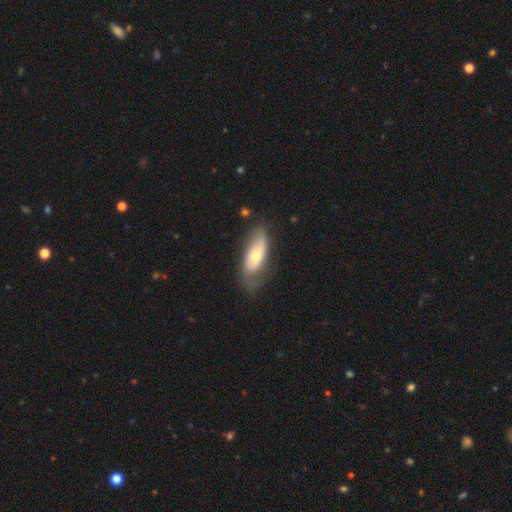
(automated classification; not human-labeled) This appears to be a smooth galaxy with no disk features (50%) that is in between round and cigar-shaped (77%). Merging: none (53%).